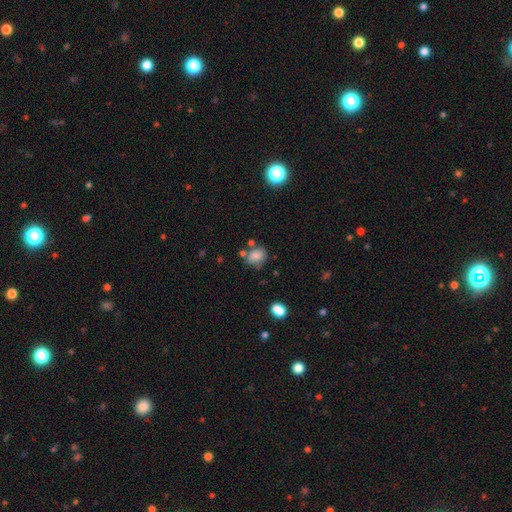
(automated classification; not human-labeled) A smooth galaxy with no disk features (79%) that is round (56%).

Vote fractions:
- Smooth or featured? smooth: 79% / star or artifact: 11% / featured or disk: 10%
- How rounded? round: 56% / in between: 43% / cigar-shaped: 1%
- Merging? none: 58% / minor disturbance: 21% / merger: 13% / major disturbance: 7%